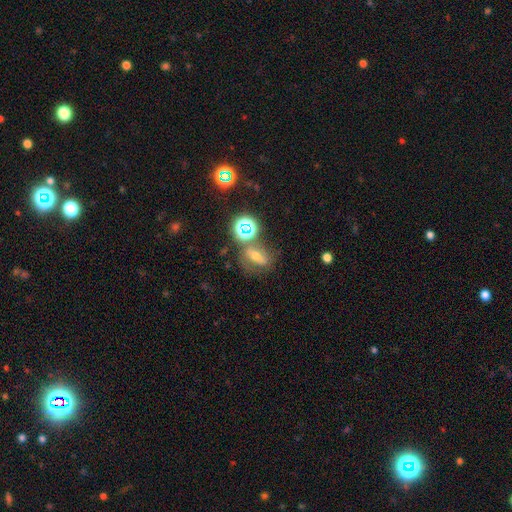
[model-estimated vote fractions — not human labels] Overall: featured or disk (35%; smooth 33%). Merging: none (52%; merger 18%).